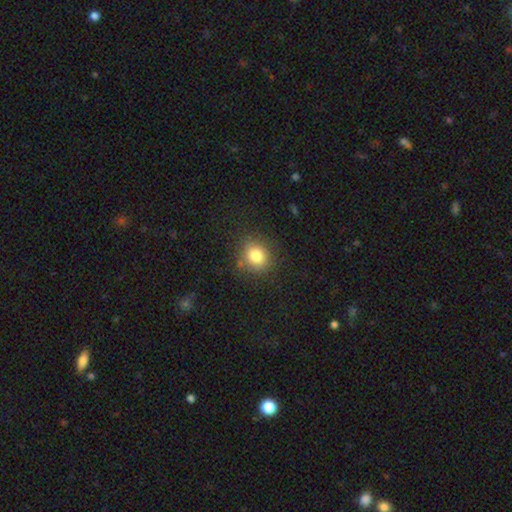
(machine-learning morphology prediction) The model was most divided on "how rounded": round: 80%, in between: 19%, cigar-shaped: 1%. More confident: merging — none (82%); smooth or featured — smooth (81%).